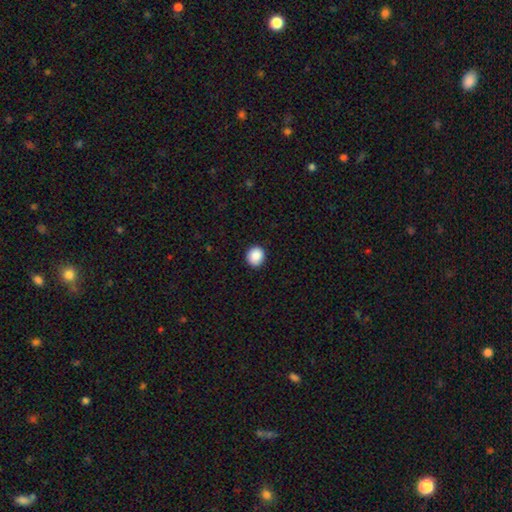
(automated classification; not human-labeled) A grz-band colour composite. It shows a smooth galaxy with no disk features (89%) that is round (83%). Merging: none (91%).